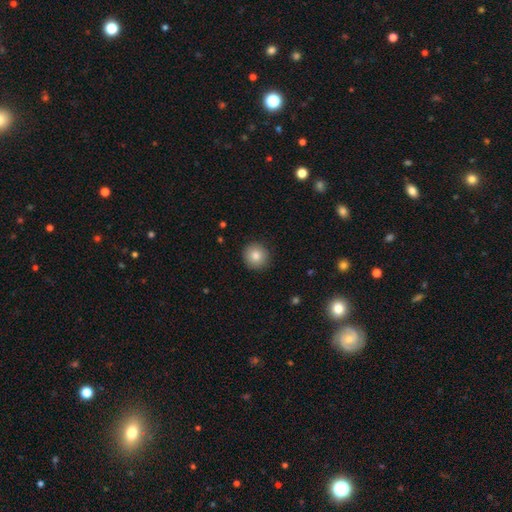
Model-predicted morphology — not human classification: A smooth galaxy with no disk features (84%) that is round (94%).

Vote fractions:
- Smooth or featured? smooth: 84% / star or artifact: 9% / featured or disk: 7%
- How rounded? round: 94% / in between: 5% / cigar-shaped: 1%
- Merging? none: 91% / minor disturbance: 6% / major disturbance: 2% / merger: 1%